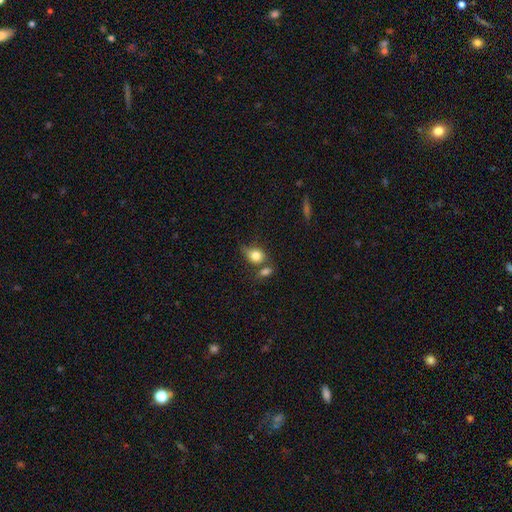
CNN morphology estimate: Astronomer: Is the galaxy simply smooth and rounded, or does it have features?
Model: smooth — 81%.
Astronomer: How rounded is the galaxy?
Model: in between — 54% (runner-up: round, 44%).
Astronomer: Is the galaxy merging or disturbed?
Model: none — 40% (runner-up: merger, 29%).